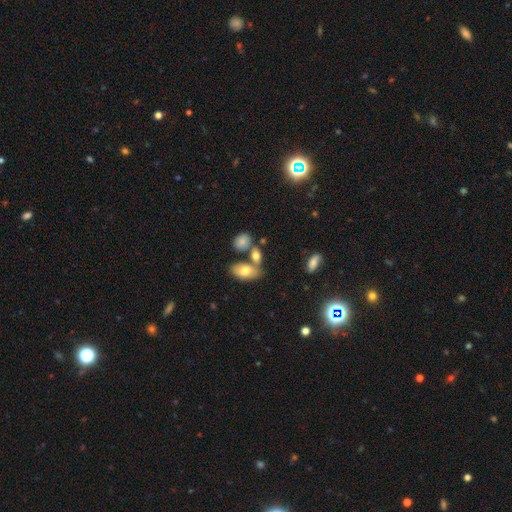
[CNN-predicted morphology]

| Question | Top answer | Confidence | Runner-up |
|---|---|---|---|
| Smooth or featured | smooth | 73% | featured or disk (17%) |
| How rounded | in between | 81% | round (15%) |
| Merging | none | 50% | merger (32%) |